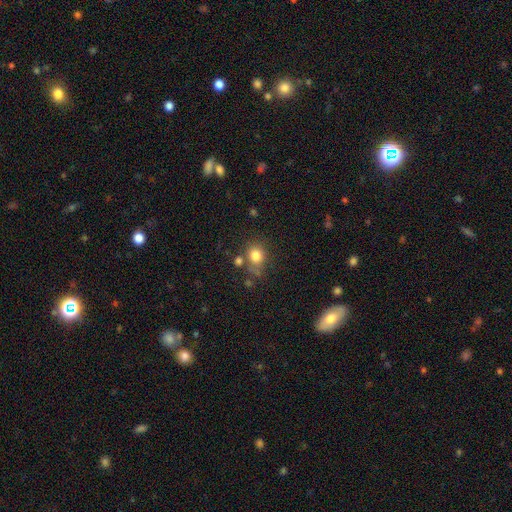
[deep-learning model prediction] smooth_or_featured: smooth (p=0.80) [alt: star or artifact p=0.12]
how_rounded: round (p=0.75) [alt: in between p=0.24]
merging: none (p=0.63) [alt: minor disturbance p=0.16]